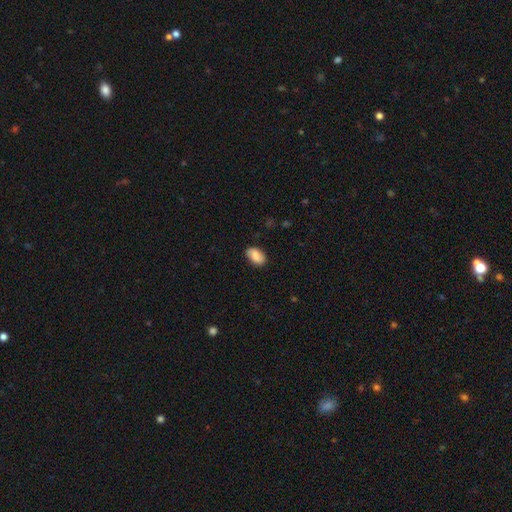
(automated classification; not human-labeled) Smooth or featured? smooth (77%)
How rounded? in between (91%)
Merging? none (84%)